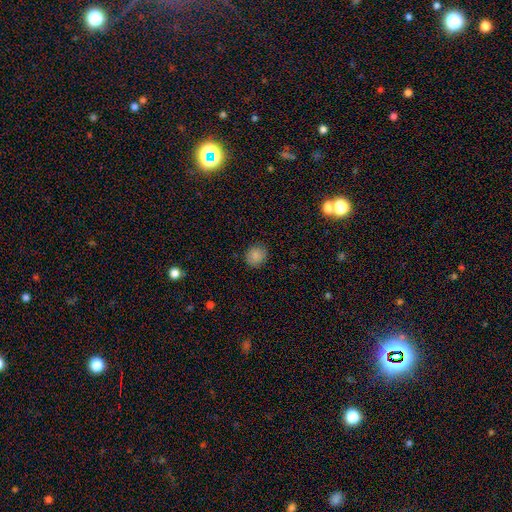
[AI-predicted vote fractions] Morphology: type=smooth (85%); roundness=round (79%); merging=none (87%).